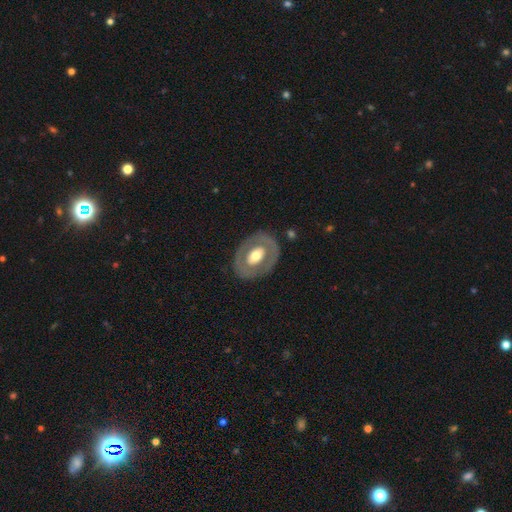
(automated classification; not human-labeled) Smooth or featured? featured or disk (55%)
Edge-on disk? no (93%)
Bar? no (72%)
Spiral arms? no (88%)
Bulge size? moderate (58%)
Merging? none (80%)